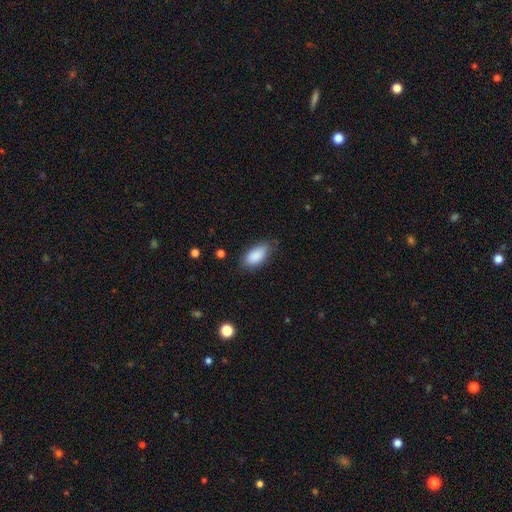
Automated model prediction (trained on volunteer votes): smooth-or-featured: smooth: 88% | star or artifact: 6% | featured or disk: 6%
  how-rounded: in between: 92% | cigar-shaped: 5% | round: 3%
  merging: none: 72% | minor disturbance: 22% | major disturbance: 5% | merger: 1%